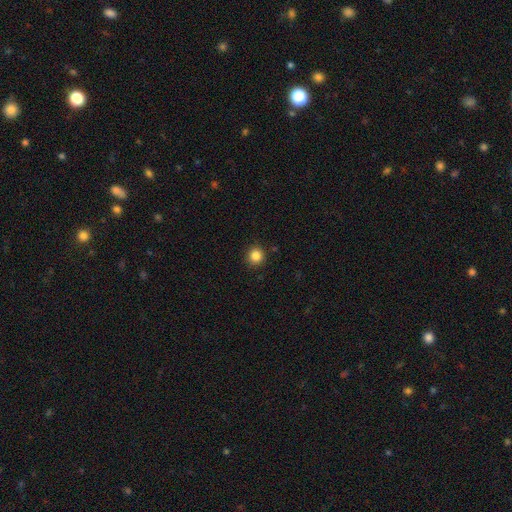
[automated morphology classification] A smooth galaxy with no disk features (85%) that is round (93%). Merging: none (91%).